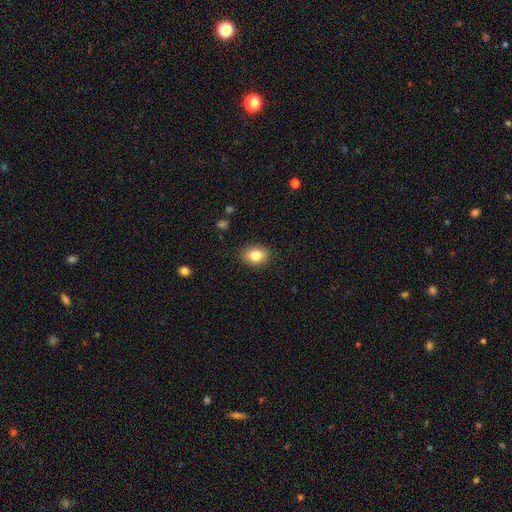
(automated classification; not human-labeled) Q: Smooth or featured?
A: smooth (82%); runner-up: star or artifact (9%)
Q: How rounded?
A: in between (63%); runner-up: round (36%)
Q: Merging?
A: none (87%); runner-up: minor disturbance (10%)